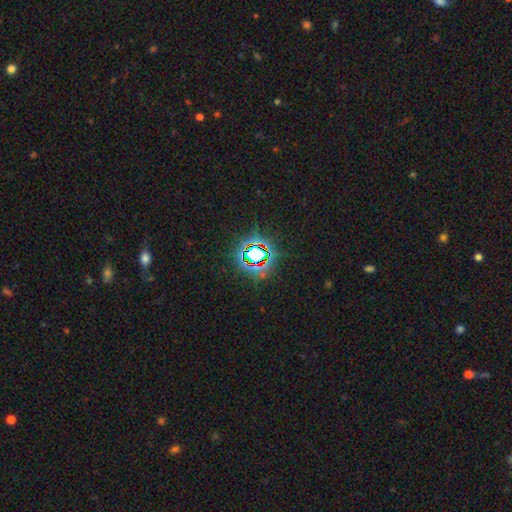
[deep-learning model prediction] This appears to be a star or artifact, not a galaxy (74%).